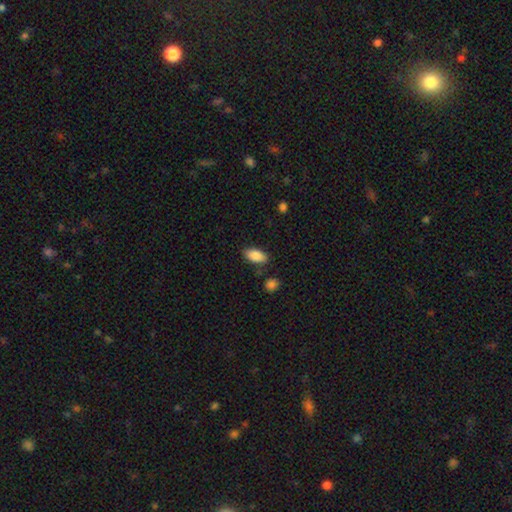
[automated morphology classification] A smooth galaxy with no disk features (88%) that is in between round and cigar-shaped (92%). Merging: none (82%).